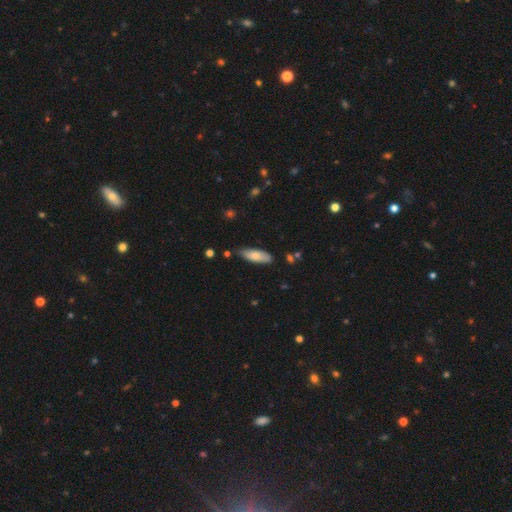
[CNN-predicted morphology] This appears to be a smooth galaxy with no disk features (77%) that is in between round and cigar-shaped (63%). Merging: none (75%).